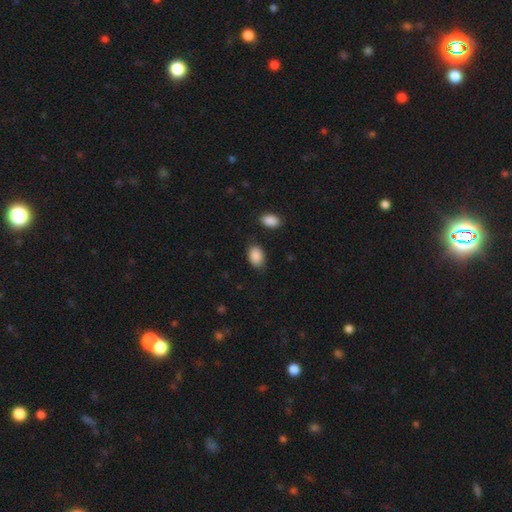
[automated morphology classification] A smooth galaxy with no disk features (89%) that is in between round and cigar-shaped (84%).

Vote fractions:
- Smooth or featured? smooth: 89% / star or artifact: 7% / featured or disk: 4%
- How rounded? in between: 84% / round: 15% / cigar-shaped: 1%
- Merging? none: 77% / minor disturbance: 15% / major disturbance: 4% / merger: 4%